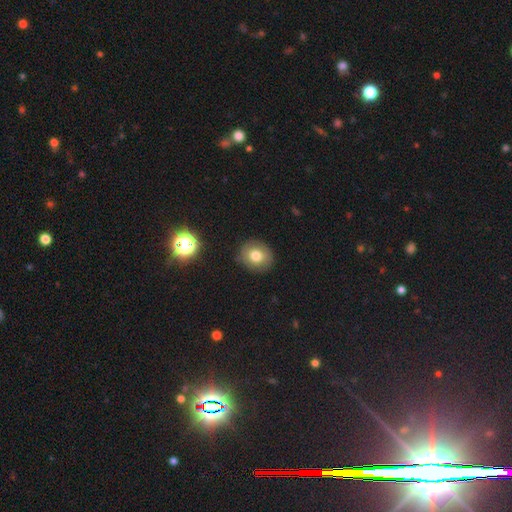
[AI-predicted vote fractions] Smooth or featured? Predicted: smooth (p=0.75). How rounded? Predicted: round (p=0.73). Merging? Predicted: none (p=0.87).